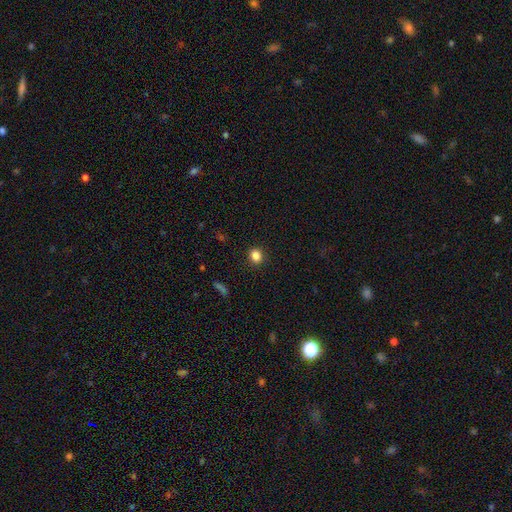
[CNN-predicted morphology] The model was most divided on "how rounded": round: 71%, in between: 28%, cigar-shaped: 1%. More confident: merging — none (90%); smooth or featured — smooth (85%).